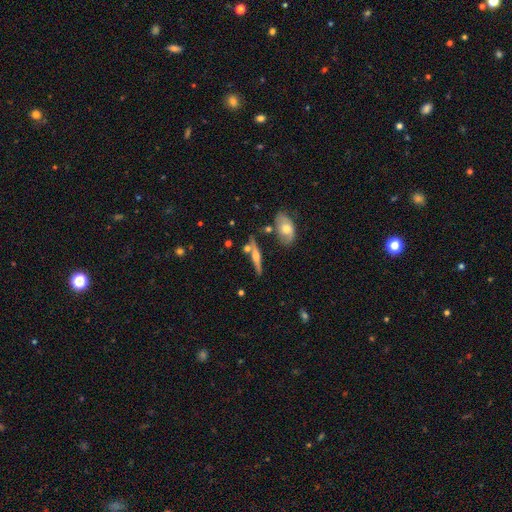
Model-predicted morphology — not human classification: smooth_or_featured: featured or disk (p=0.63) [alt: smooth p=0.29]
disk_edge_on: yes (p=0.93) [alt: no p=0.07]
edge_on_bulge: rounded (p=0.88) [alt: boxy p=0.06]
merging: none (p=0.70) [alt: minor disturbance p=0.14]